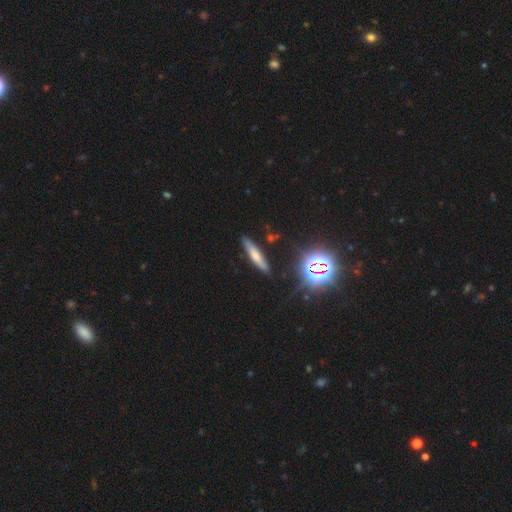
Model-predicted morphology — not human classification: A smooth galaxy with no disk features (54%) that is cigar-shaped (85%). Merging: none (85%).